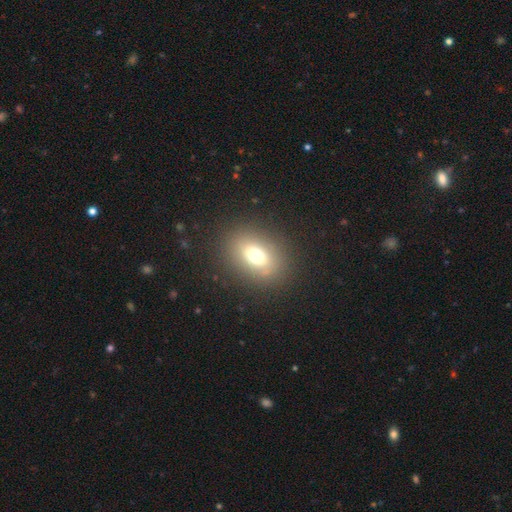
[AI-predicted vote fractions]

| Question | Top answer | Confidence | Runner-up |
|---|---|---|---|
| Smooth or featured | smooth | 70% | featured or disk (16%) |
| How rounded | in between | 65% | round (33%) |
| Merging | none | 84% | minor disturbance (9%) |